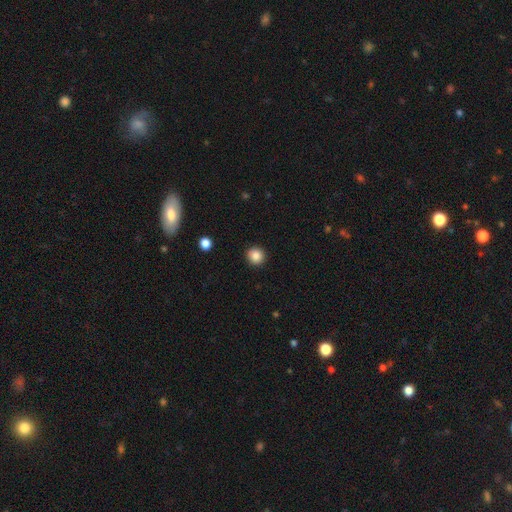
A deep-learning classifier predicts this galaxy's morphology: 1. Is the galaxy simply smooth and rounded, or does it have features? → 86% smooth, 10% star or artifact, 4% featured or disk.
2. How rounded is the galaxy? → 93% round, 6% in between, 1% cigar-shaped.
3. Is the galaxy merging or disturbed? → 93% none, 5% minor disturbance, 2% major disturbance, 1% merger.